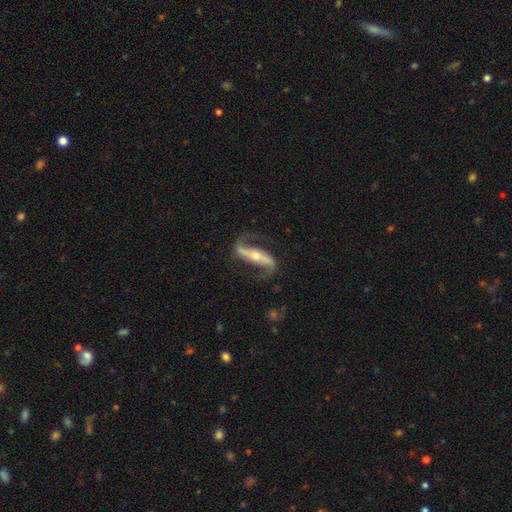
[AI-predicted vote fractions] This is clearly a featured or disk galaxy (88%). It is clearly not viewed edge-on (85%). Bar: likely strong (64%). Spiral arm pattern: clearly yes (95%). Spiral arm count: clearly 2 (91%). Spiral winding: likely loose (61%). Central bulge: possibly moderate (50%). Merging: likely none (76%).